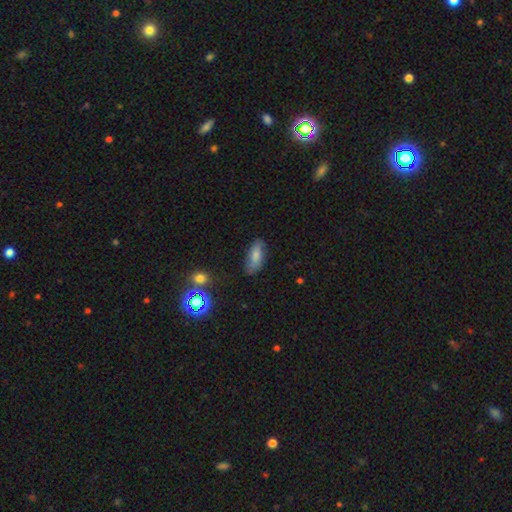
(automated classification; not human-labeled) Smooth or featured: smooth — 74% (featured or disk — 16%)
How rounded: in between — 80% (cigar-shaped — 18%)
Merging: none — 73% (minor disturbance — 21%)